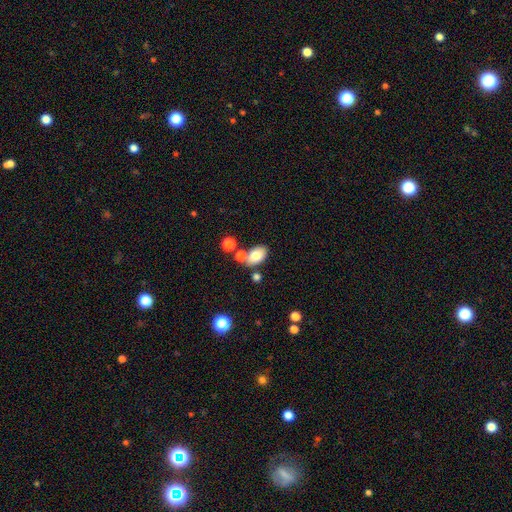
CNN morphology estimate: smooth-or-featured: smooth: 76% | featured or disk: 15% | star or artifact: 9%
  how-rounded: in between: 87% | round: 12% | cigar-shaped: 1%
  merging: none: 65% | merger: 18% | minor disturbance: 14% | major disturbance: 4%